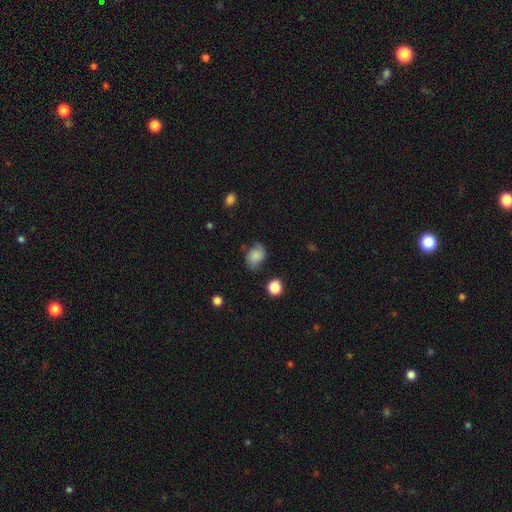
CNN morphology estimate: A smooth galaxy with no disk features (71%) that is in between round and cigar-shaped (68%).

Vote fractions:
- Smooth or featured? smooth: 71% / featured or disk: 19% / star or artifact: 10%
- How rounded? in between: 68% / round: 31% / cigar-shaped: 1%
- Merging? none: 60% / minor disturbance: 29% / major disturbance: 9% / merger: 3%